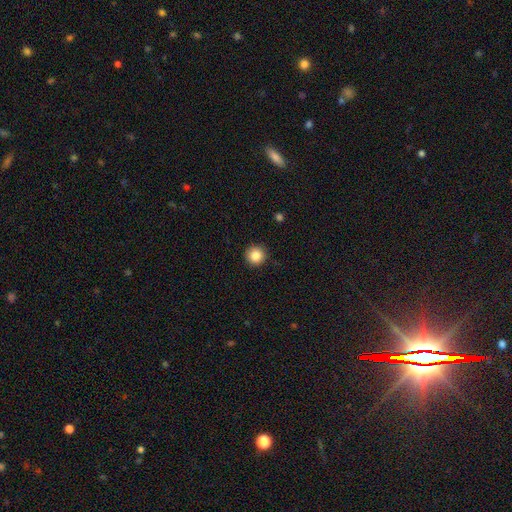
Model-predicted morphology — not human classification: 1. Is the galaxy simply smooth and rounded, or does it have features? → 85% smooth, 10% star or artifact, 5% featured or disk.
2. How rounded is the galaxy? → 96% round, 4% in between, 1% cigar-shaped.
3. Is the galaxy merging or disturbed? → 92% none, 5% minor disturbance, 2% major disturbance, 1% merger.